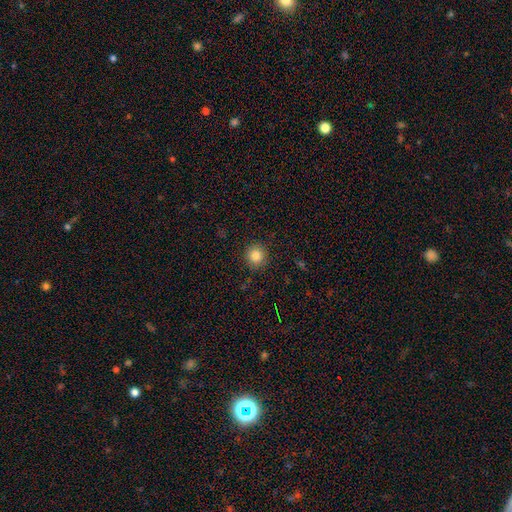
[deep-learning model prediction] This is clearly a smooth galaxy (84%). How rounded: clearly round (92%). Merging: clearly none (90%).